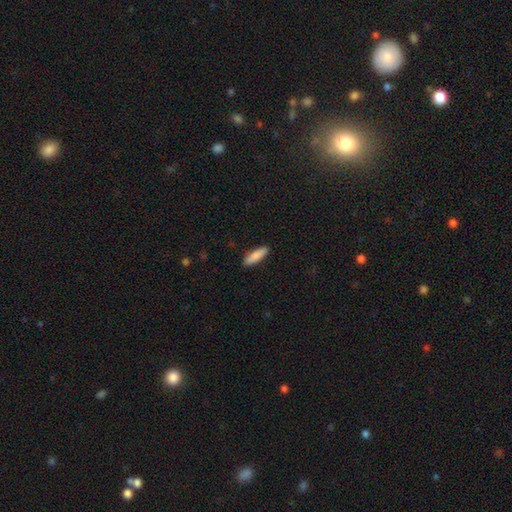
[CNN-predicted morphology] smooth 86%, featured or disk 8%, star or artifact 5%. Down the decision tree: how rounded — cigar-shaped (60%); merging — none (90%).